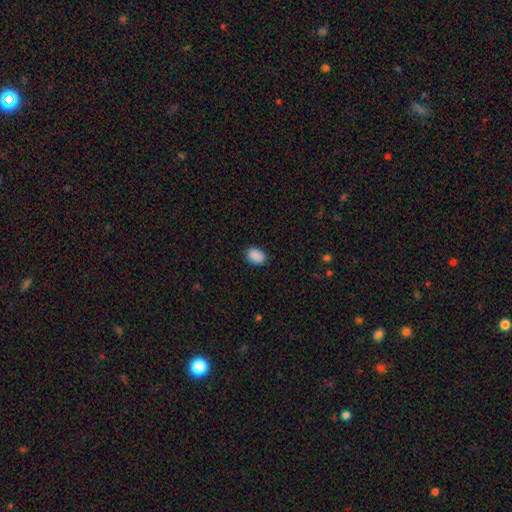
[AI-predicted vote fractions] Smooth or featured?
  - smooth: 90% *
  - star or artifact: 8%
  - featured or disk: 3%
How rounded?
  - in between: 83% *
  - round: 16%
  - cigar-shaped: 1%
Merging?
  - none: 86% *
  - minor disturbance: 10%
  - major disturbance: 2%
  - merger: 1%